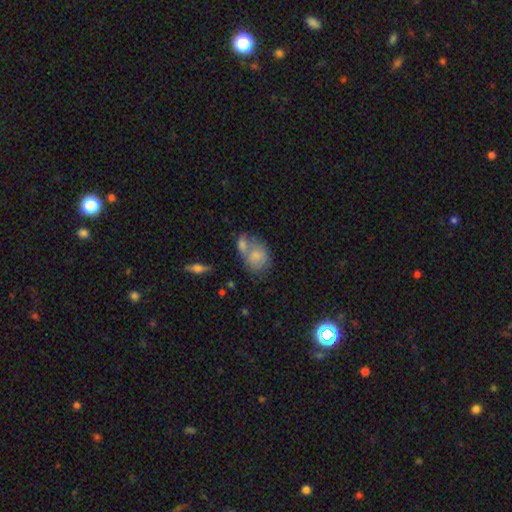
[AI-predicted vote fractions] A smooth galaxy with no disk features (74%) that is in between round and cigar-shaped (57%).

Vote fractions:
- Smooth or featured? smooth: 74% / featured or disk: 18% / star or artifact: 8%
- How rounded? in between: 57% / round: 41% / cigar-shaped: 2%
- Merging? merger: 49% / none: 31% / minor disturbance: 13% / major disturbance: 6%